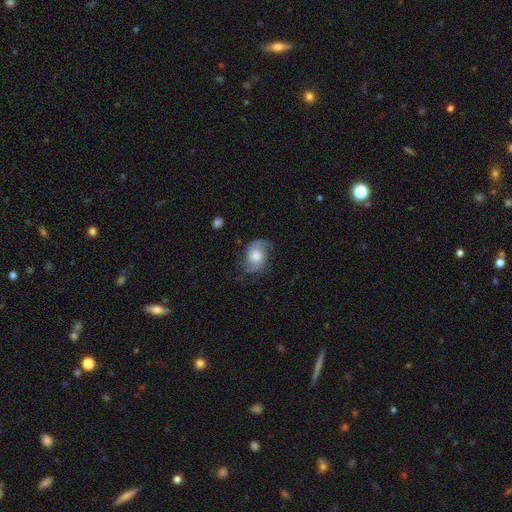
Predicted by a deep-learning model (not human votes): This appears to be a featured or disk galaxy (70%) with no bar (68%), 2 (85%) medium (47%) spiral arms (92%) and a moderate central bulge (46%). Merging: none (65%).